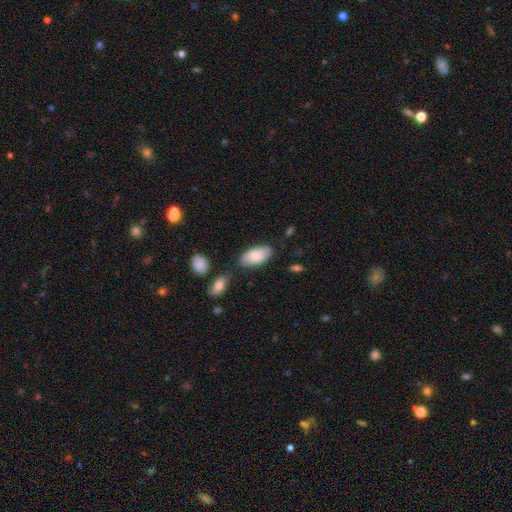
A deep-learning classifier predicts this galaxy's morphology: A smooth galaxy with no disk features (82%) that is in between round and cigar-shaped (94%).

Vote fractions:
- Smooth or featured? smooth: 82% / featured or disk: 12% / star or artifact: 6%
- How rounded? in between: 94% / cigar-shaped: 3% / round: 2%
- Merging? none: 68% / minor disturbance: 18% / merger: 9% / major disturbance: 4%